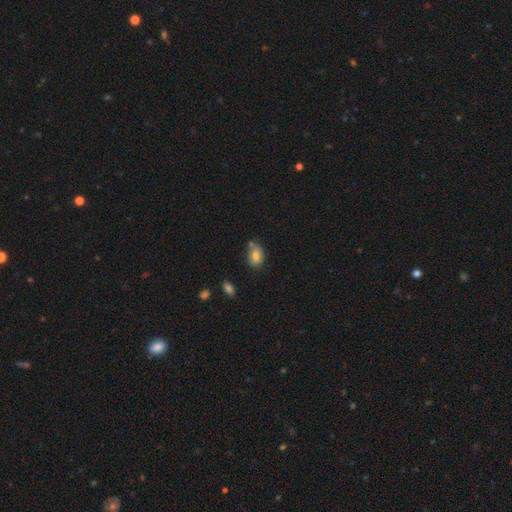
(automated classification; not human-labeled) A smooth galaxy with no disk features (78%) that is in between round and cigar-shaped (77%).

Vote fractions:
- Smooth or featured? smooth: 78% / featured or disk: 14% / star or artifact: 9%
- How rounded? in between: 77% / round: 22% / cigar-shaped: 1%
- Merging? none: 67% / minor disturbance: 18% / merger: 11% / major disturbance: 4%